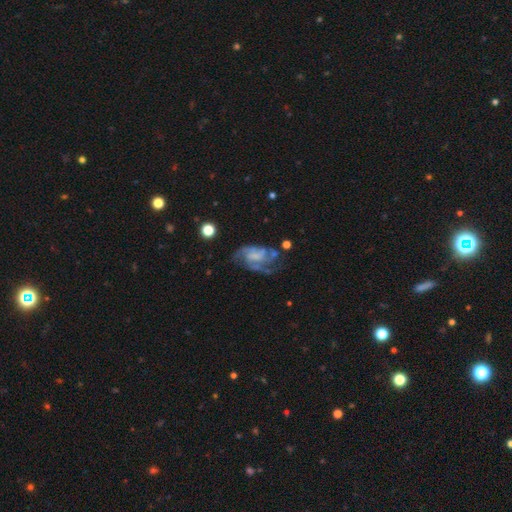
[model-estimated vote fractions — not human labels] Overall: featured or disk (75%). Edge-on disk: no (97%). Bar: no (60%; weak 31%). Spiral arms: yes (84%). Spiral arm count: can't tell (30%; 2 26%). Spiral winding: medium (45%; tight 33%). Bulge size: none (57%). Merging: none (45%; major disturbance 28%).